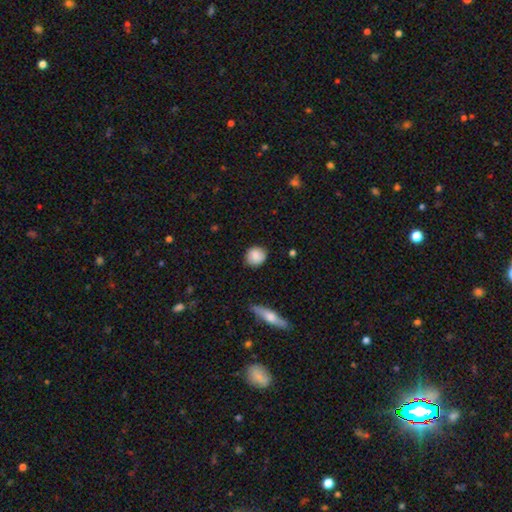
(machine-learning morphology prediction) The model was most divided on "how rounded": round: 84%, in between: 14%, cigar-shaped: 2%. More confident: merging — none (84%); smooth or featured — smooth (82%).